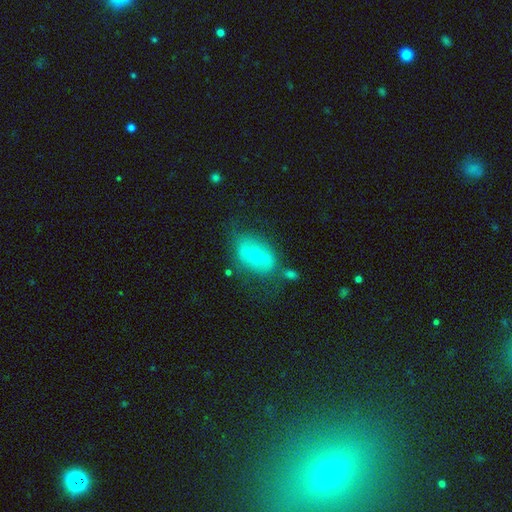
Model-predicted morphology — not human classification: featured or disk 53%, smooth 39%, star or artifact 9%. Down the decision tree: edge-on disk — no (88%); merging — none (60%).